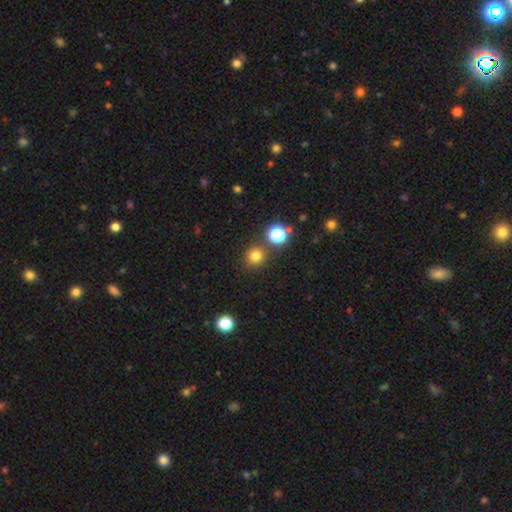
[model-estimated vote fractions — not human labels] Smooth or featured? smooth (76%)
How rounded? round (91%)
Merging? none (83%)